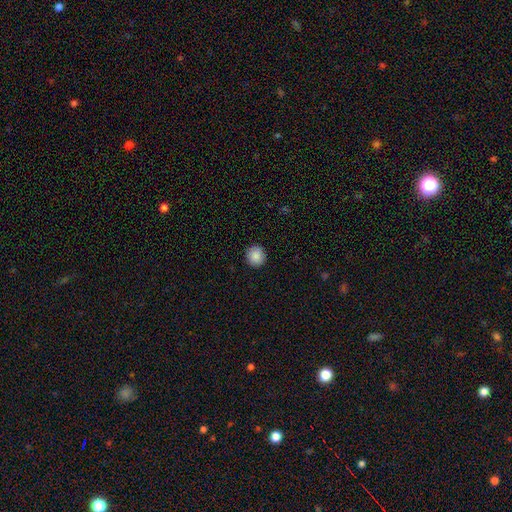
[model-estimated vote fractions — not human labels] A smooth galaxy with no disk features (88%) that is round (92%).

Vote fractions:
- Smooth or featured? smooth: 88% / star or artifact: 8% / featured or disk: 4%
- How rounded? round: 92% / in between: 7% / cigar-shaped: 1%
- Merging? none: 91% / minor disturbance: 6% / major disturbance: 2% / merger: 1%